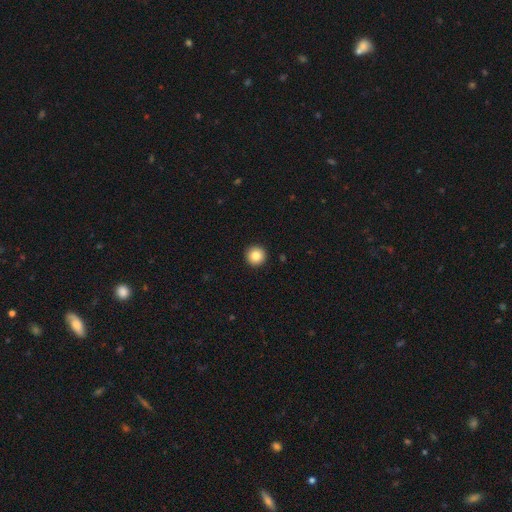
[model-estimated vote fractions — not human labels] This appears to be a smooth galaxy with no disk features (85%) that is round (96%). Merging: none (94%).